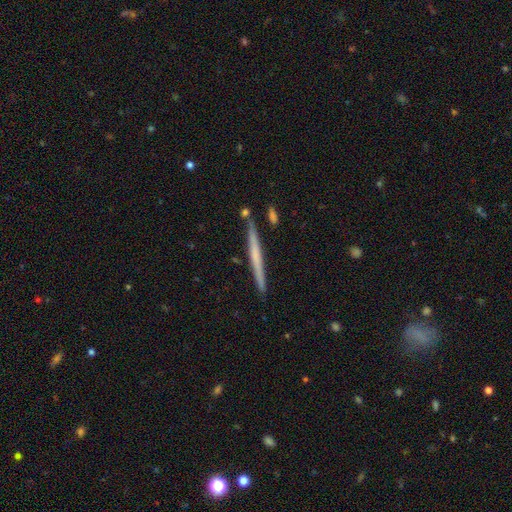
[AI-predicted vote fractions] featured or disk 55%, smooth 40%, star or artifact 5%. Down the decision tree: edge-on disk — yes (98%); edge-on bulge — none (78%); merging — none (88%).